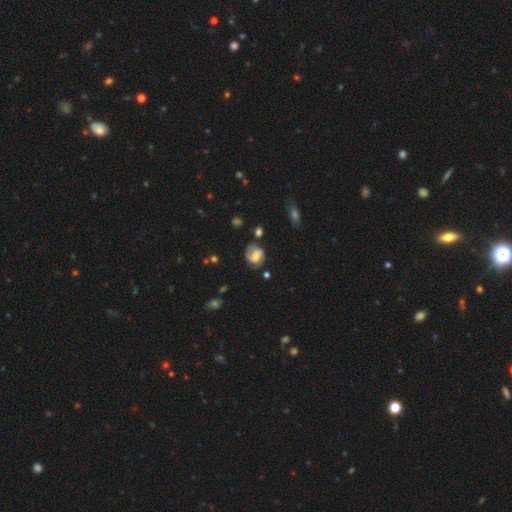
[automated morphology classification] type=featured or disk (55%); edge-on=no (97%); bar=weak (45%); spiral arms=yes (80%); bulge=moderate (42%); merging=none (63%).